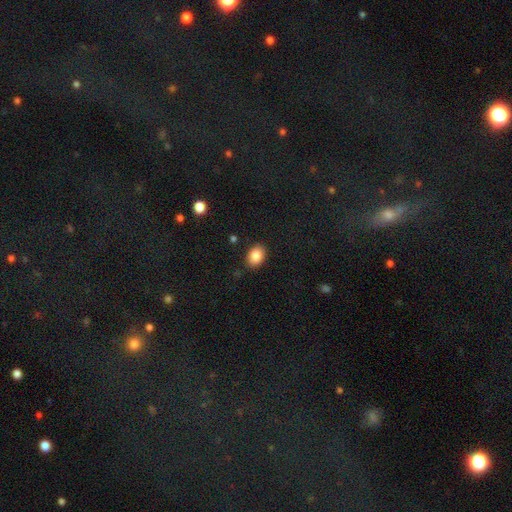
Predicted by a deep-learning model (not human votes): A smooth galaxy with no disk features (85%) that is in between round and cigar-shaped (76%). Merging: none (87%).